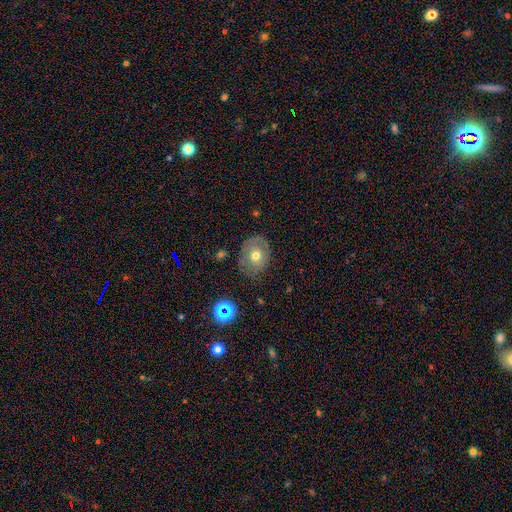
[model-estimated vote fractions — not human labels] smooth_or_featured: smooth (p=0.52) [alt: featured or disk p=0.36]
how_rounded: round (p=0.52) [alt: in between p=0.47]
merging: none (p=0.71) [alt: minor disturbance p=0.20]